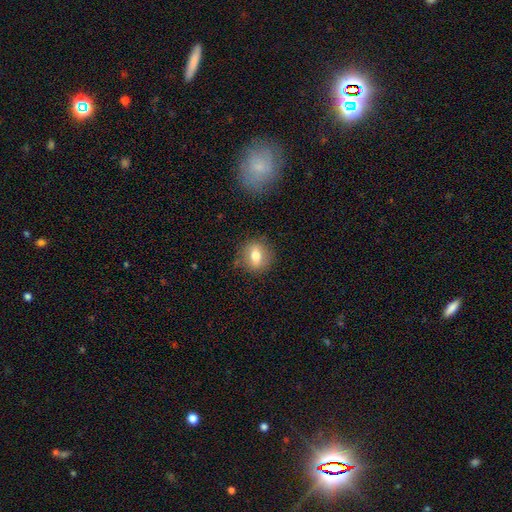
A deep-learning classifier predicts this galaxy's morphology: This appears to be a smooth galaxy with no disk features (65%) that is round (66%). Merging: none (84%).